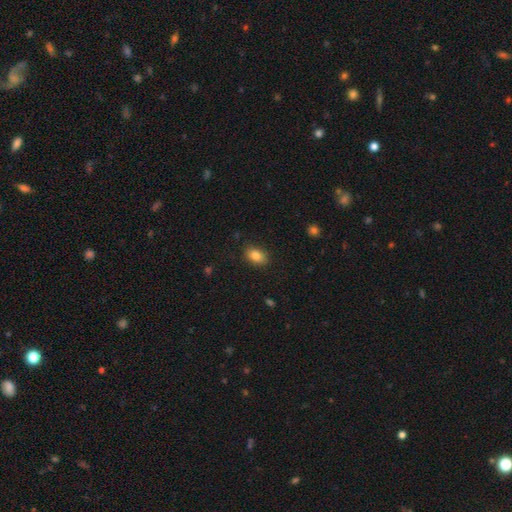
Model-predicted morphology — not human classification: Smooth or featured: smooth — 84% (star or artifact — 9%)
How rounded: in between — 84% (round — 15%)
Merging: none — 86% (minor disturbance — 10%)